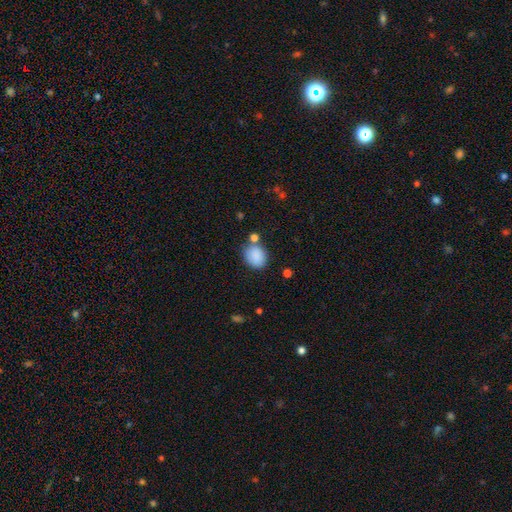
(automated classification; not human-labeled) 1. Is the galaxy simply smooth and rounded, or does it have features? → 87% smooth, 8% star or artifact, 5% featured or disk.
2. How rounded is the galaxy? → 51% in between, 48% round, 1% cigar-shaped.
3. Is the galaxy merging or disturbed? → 68% none, 16% minor disturbance, 11% merger, 5% major disturbance.